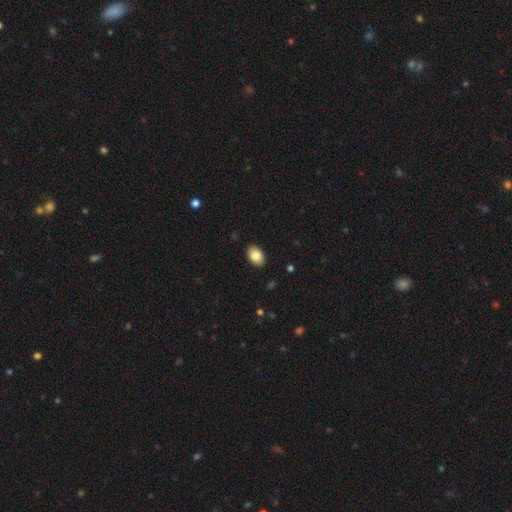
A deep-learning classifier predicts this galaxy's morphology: This appears to be a smooth galaxy with no disk features (83%) that is in between round and cigar-shaped (87%). Merging: none (89%).